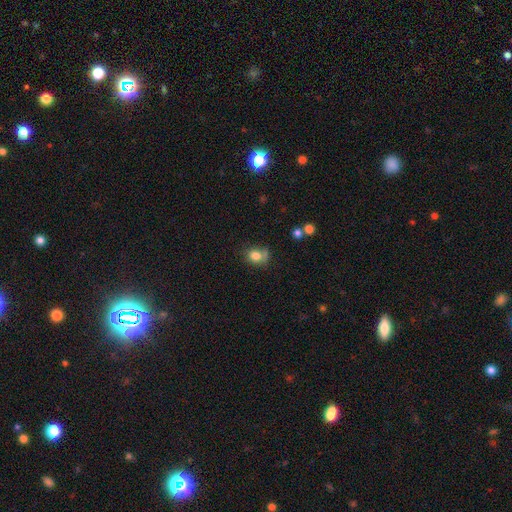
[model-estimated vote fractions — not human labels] Morphology: type=smooth (80%); roundness=round (58%); merging=none (53%).